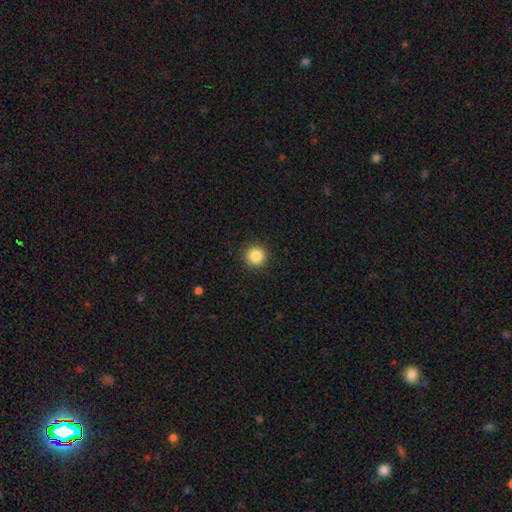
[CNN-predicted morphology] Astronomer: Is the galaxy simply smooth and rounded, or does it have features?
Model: smooth — 86%.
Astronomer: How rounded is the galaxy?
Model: round — 95%.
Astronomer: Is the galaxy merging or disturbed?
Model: none — 92%.